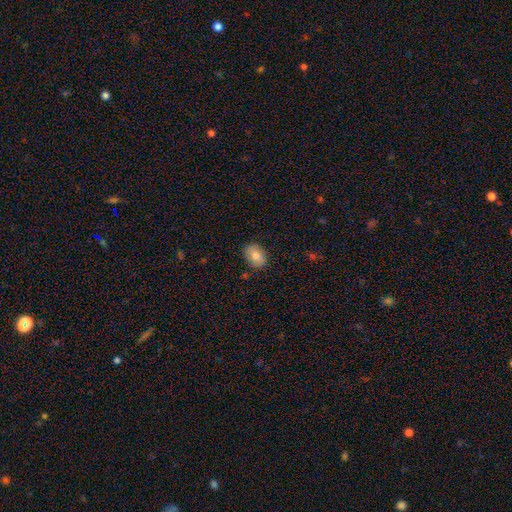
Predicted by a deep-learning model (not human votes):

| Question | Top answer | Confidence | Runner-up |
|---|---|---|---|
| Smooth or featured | smooth | 78% | featured or disk (14%) |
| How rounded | in between | 73% | round (26%) |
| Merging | none | 85% | minor disturbance (11%) |